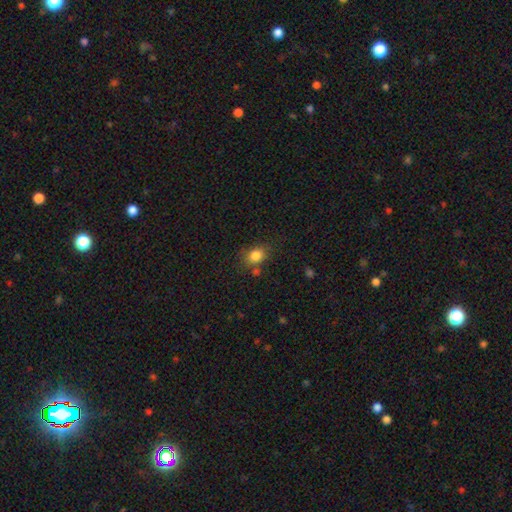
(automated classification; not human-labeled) Smooth or featured: smooth — 83% (star or artifact — 10%)
How rounded: in between — 51% (round — 48%)
Merging: none — 70% (minor disturbance — 17%)